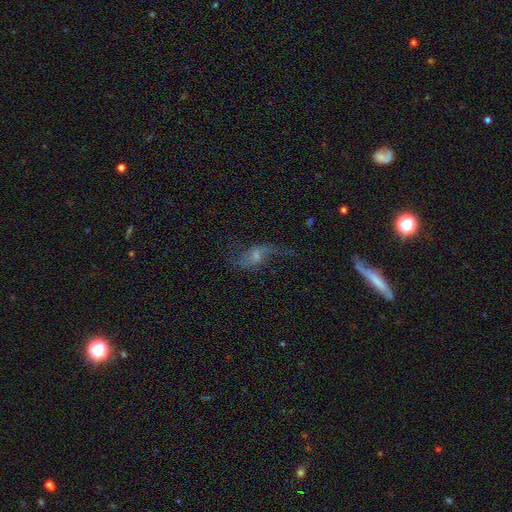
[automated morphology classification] featured or disk 75%, smooth 15%, star or artifact 10%. Down the decision tree: edge-on disk — no (94%); bar — no (48%); spiral arms — yes (89%); spiral arm count — 2 (89%); spiral winding — loose (88%); bulge size — small (52%); merging — none (58%).